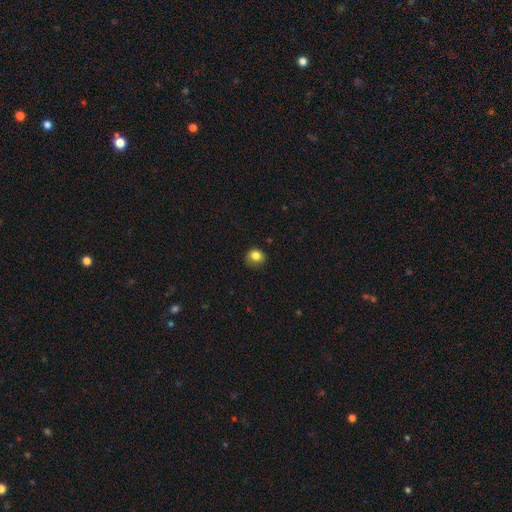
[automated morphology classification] type=smooth (82%); roundness=round (79%); merging=none (76%).